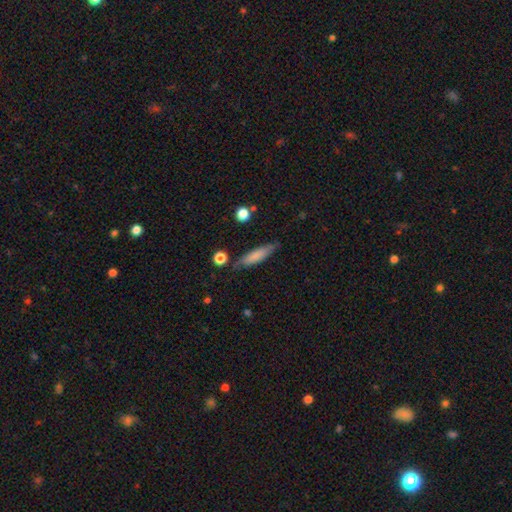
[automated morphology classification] smooth 74%, featured or disk 19%, star or artifact 7%. Down the decision tree: how rounded — cigar-shaped (73%); merging — none (76%).